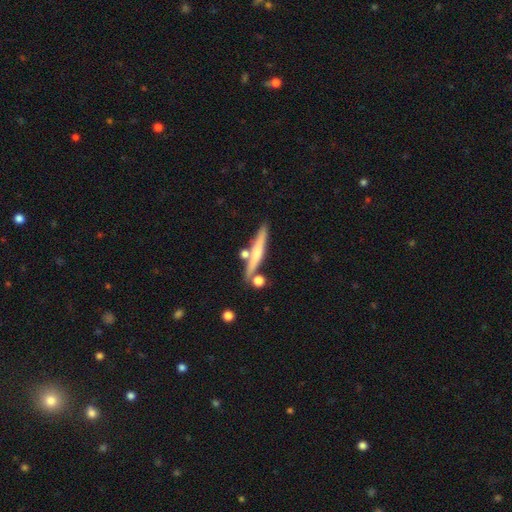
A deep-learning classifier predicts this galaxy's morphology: Smooth or featured?
  - featured or disk: 54% *
  - smooth: 39%
  - star or artifact: 8%
Edge-on disk?
  - yes: 94% *
  - no: 6%
Edge-on bulge?
  - rounded: 58% *
  - none: 34%
  - boxy: 8%
Merging?
  - none: 74% *
  - merger: 11%
  - minor disturbance: 11%
  - major disturbance: 3%